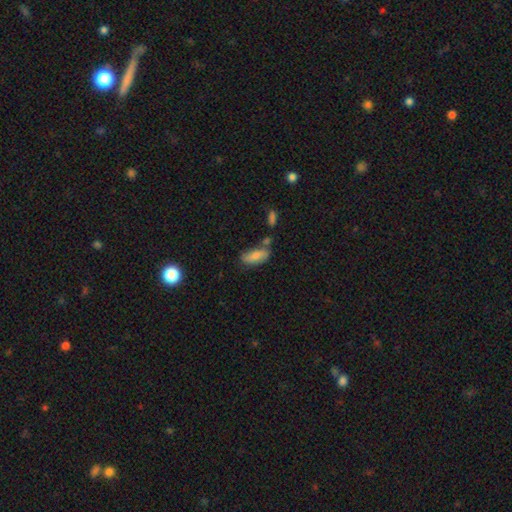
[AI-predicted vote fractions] smooth 76%, featured or disk 16%, star or artifact 8%. Down the decision tree: how rounded — in between (80%); merging — none (54%).